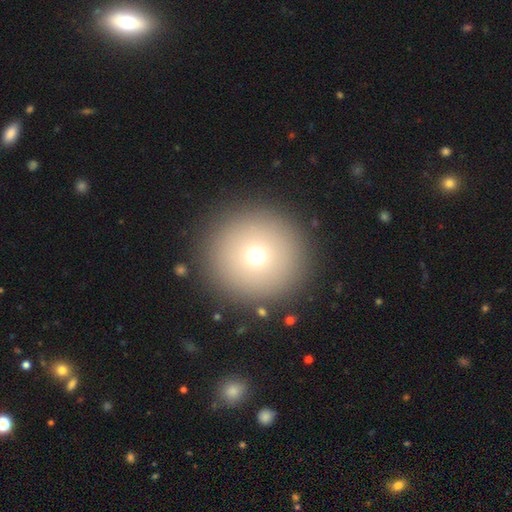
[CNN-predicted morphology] Smooth or featured?
  - smooth: 72% *
  - star or artifact: 16%
  - featured or disk: 13%
How rounded?
  - round: 96% *
  - in between: 3%
  - cigar-shaped: 1%
Merging?
  - none: 90% *
  - minor disturbance: 5%
  - major disturbance: 3%
  - merger: 2%